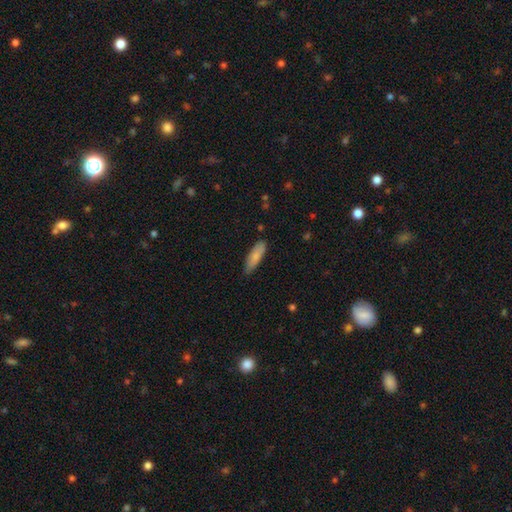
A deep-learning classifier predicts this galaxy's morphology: Q: Smooth or featured?
A: smooth (82%); runner-up: featured or disk (12%)
Q: How rounded?
A: cigar-shaped (53%); runner-up: in between (45%)
Q: Merging?
A: none (78%); runner-up: minor disturbance (18%)